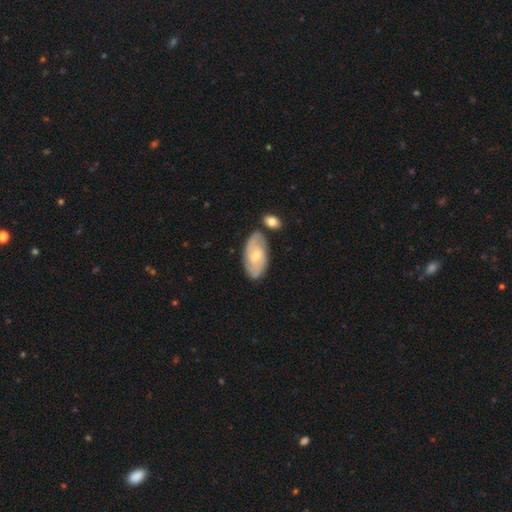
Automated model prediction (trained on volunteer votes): Morphology: type=featured or disk (58%); edge-on=no (92%); bar=no (56%); spiral arms=yes (80%); bulge=small (49%); merging=none (70%).